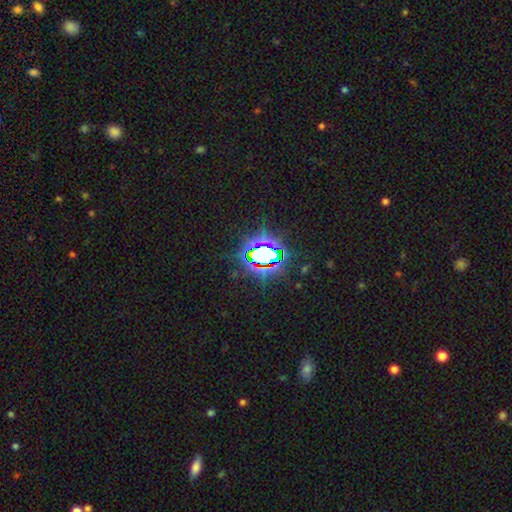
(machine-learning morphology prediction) Smooth or featured?
  - star or artifact: 81% *
  - smooth: 12%
  - featured or disk: 7%